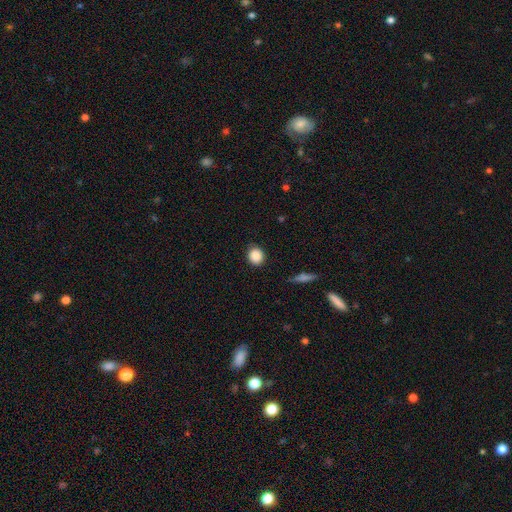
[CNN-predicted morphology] This is clearly a smooth galaxy (88%). How rounded: clearly round (82%). Merging: clearly none (87%).